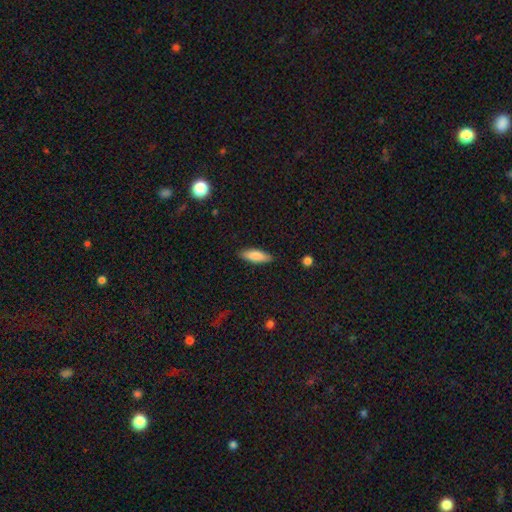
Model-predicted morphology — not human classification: Smooth or featured?
  - smooth: 85% *
  - featured or disk: 9%
  - star or artifact: 6%
How rounded?
  - in between: 58% *
  - cigar-shaped: 41%
  - round: 2%
Merging?
  - none: 87% *
  - minor disturbance: 10%
  - major disturbance: 2%
  - merger: 1%